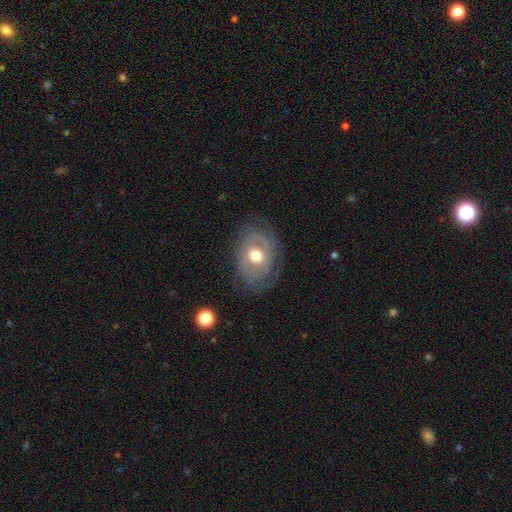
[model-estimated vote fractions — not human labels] Overall: featured or disk (64%; smooth 29%). Edge-on disk: no (95%). Bar: no (76%). Spiral arms: yes (62%; no 38%). Bulge size: moderate (76%). Merging: none (70%).